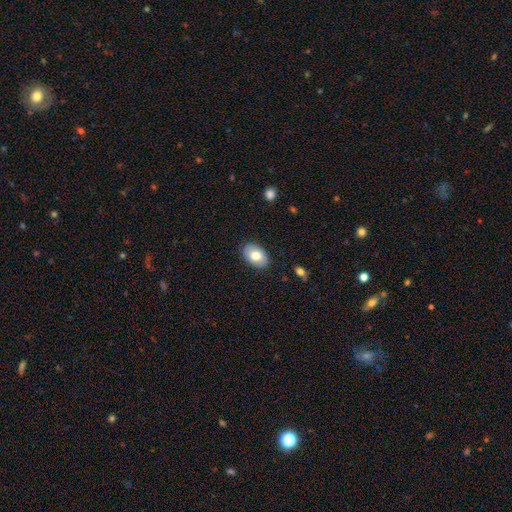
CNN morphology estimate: A smooth galaxy with no disk features (76%) that is in between round and cigar-shaped (85%).

Vote fractions:
- Smooth or featured? smooth: 76% / featured or disk: 18% / star or artifact: 6%
- How rounded? in between: 85% / round: 14% / cigar-shaped: 1%
- Merging? none: 88% / minor disturbance: 9% / major disturbance: 2% / merger: 1%